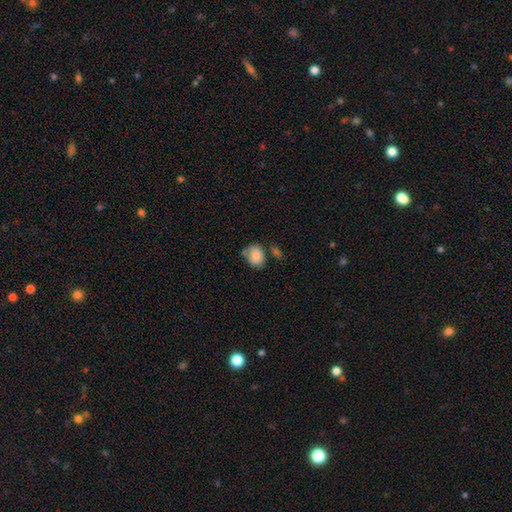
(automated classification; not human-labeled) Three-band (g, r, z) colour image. It shows a smooth galaxy with no disk features (85%) that is in between round and cigar-shaped (58%). Merging: none (54%).